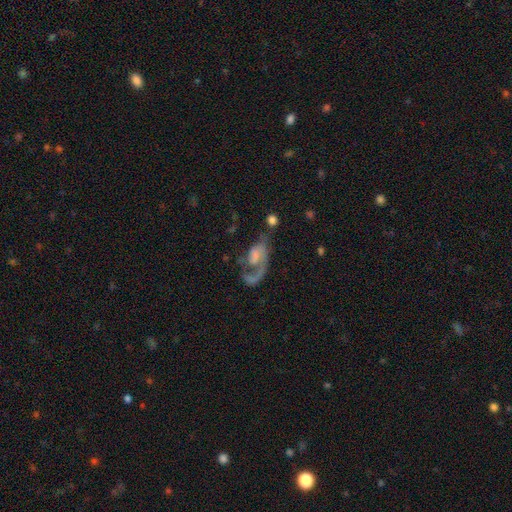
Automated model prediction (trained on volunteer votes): This appears to be a featured or disk galaxy (72%) with no bar (66%), 1 (71%) loose (44%) spiral arms (83%) and a small central bulge (35%). Merging: major disturbance (40%).